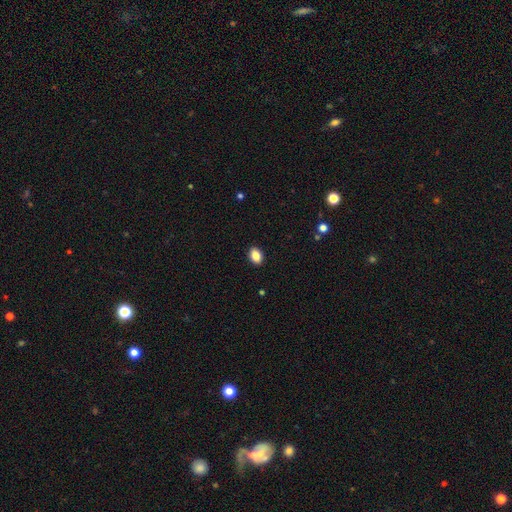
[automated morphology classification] Overall: smooth (87%). How rounded: in between (80%). Merging: none (91%).